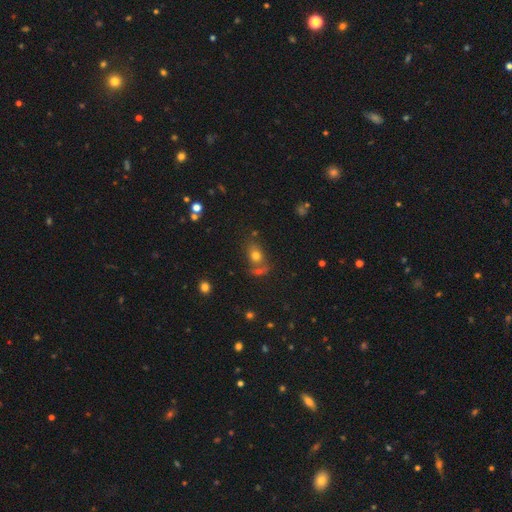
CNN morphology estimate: A smooth galaxy with no disk features (72%) that is in between round and cigar-shaped (49%, tied with round).

Vote fractions:
- Smooth or featured? smooth: 72% / star or artifact: 16% / featured or disk: 12%
- How rounded? in between: 49% (tied) / round: 49% (tied) / cigar-shaped: 2%
- Merging? none: 53% / merger: 28% / minor disturbance: 13% / major disturbance: 6%